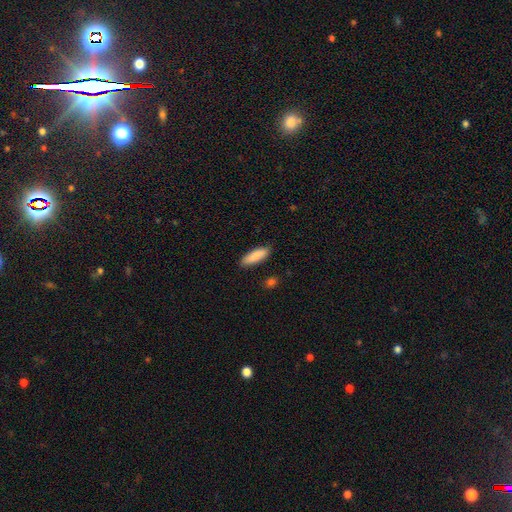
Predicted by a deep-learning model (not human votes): Smooth or featured: smooth — 89% (featured or disk — 6%)
How rounded: in between — 56% (cigar-shaped — 43%)
Merging: none — 87% (minor disturbance — 9%)